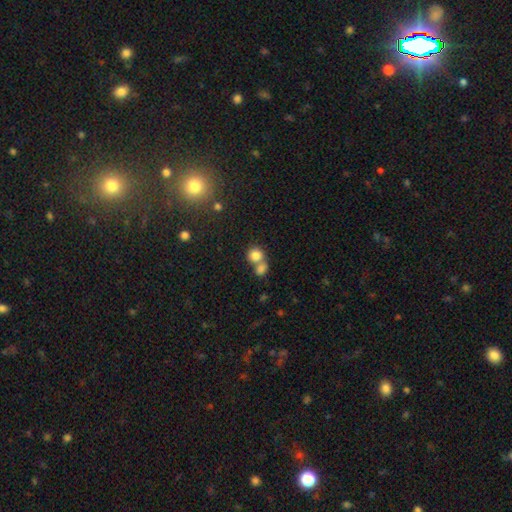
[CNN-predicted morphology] Smooth or featured: smooth — 81% (star or artifact — 10%)
How rounded: round — 78% (in between — 21%)
Merging: merger — 52% (none — 37%)